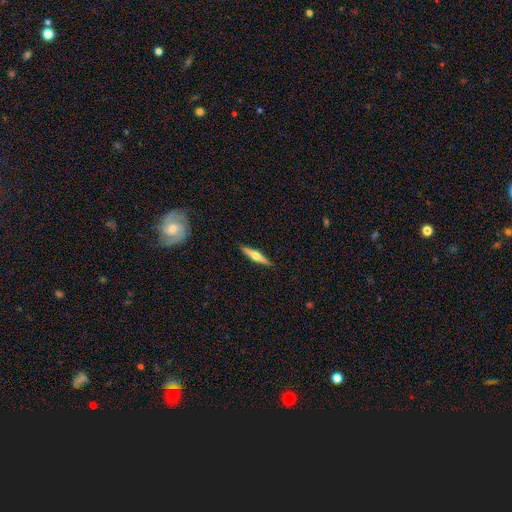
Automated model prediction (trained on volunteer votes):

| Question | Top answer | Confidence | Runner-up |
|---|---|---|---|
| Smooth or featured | featured or disk | 63% | smooth (31%) |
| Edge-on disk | yes | 97% | no (3%) |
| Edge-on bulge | rounded | 92% | none (4%) |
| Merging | none | 91% | minor disturbance (6%) |